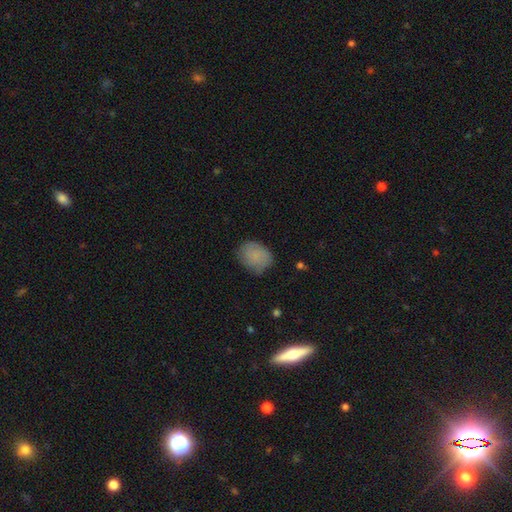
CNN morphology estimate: This appears to be a smooth galaxy with no disk features (77%) that is in between round and cigar-shaped (50%). Merging: none (69%).